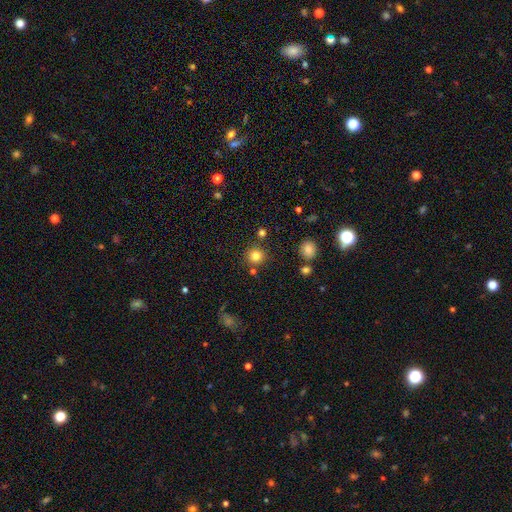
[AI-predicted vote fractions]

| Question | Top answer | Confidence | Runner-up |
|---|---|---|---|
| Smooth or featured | smooth | 81% | star or artifact (13%) |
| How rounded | round | 94% | in between (5%) |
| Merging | none | 84% | minor disturbance (7%) |